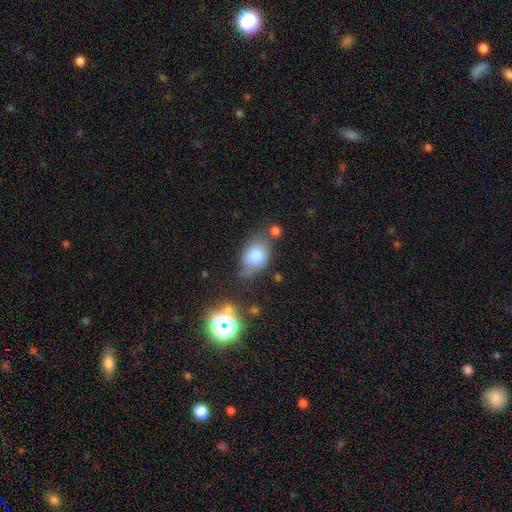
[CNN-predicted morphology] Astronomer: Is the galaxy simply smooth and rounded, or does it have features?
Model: smooth — 79%.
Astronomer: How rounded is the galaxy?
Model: in between — 75%.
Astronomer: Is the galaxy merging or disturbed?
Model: none — 44% (runner-up: minor disturbance, 31%).